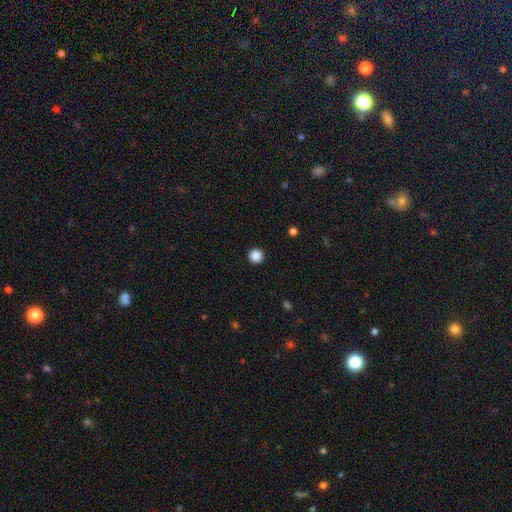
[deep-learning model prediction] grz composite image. It shows a smooth galaxy with no disk features (87%) that is round (96%). Merging: none (94%).